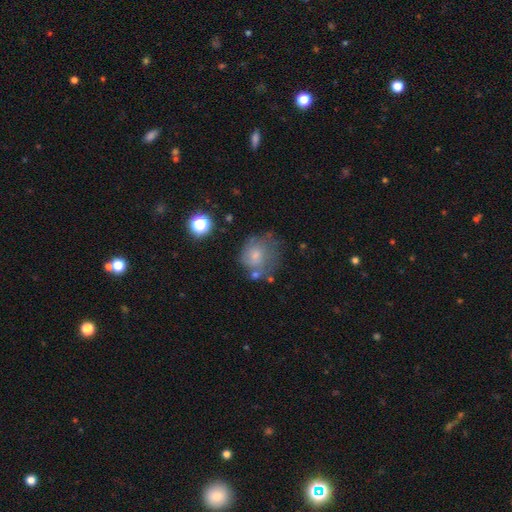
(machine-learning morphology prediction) This appears to be a smooth galaxy with no disk features (52%) that is round (71%). Merging: none (43%).